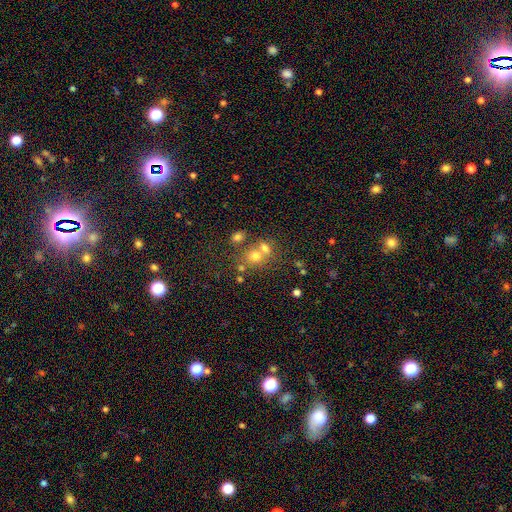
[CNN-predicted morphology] Q: Smooth or featured?
A: smooth (62%); runner-up: star or artifact (21%)
Q: How rounded?
A: round (75%); runner-up: in between (24%)
Q: Merging?
A: merger (45%); runner-up: none (43%)